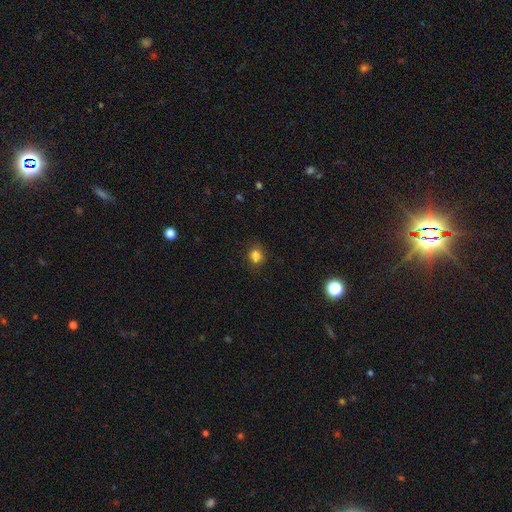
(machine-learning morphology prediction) Q: Smooth or featured?
A: smooth (83%); runner-up: star or artifact (13%)
Q: How rounded?
A: round (80%); runner-up: in between (19%)
Q: Merging?
A: none (87%); runner-up: minor disturbance (9%)